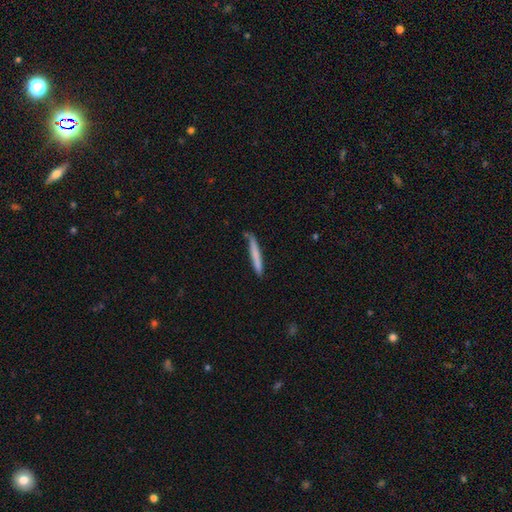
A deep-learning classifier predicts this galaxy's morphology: Overall: smooth (71%). How rounded: cigar-shaped (96%). Merging: none (81%).